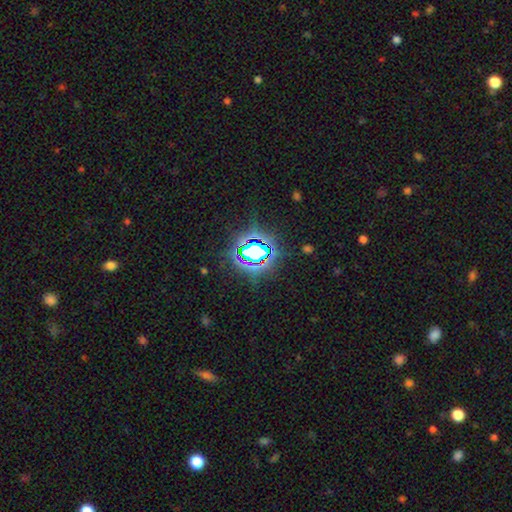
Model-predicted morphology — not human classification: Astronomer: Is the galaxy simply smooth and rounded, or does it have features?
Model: star or artifact — 74%.